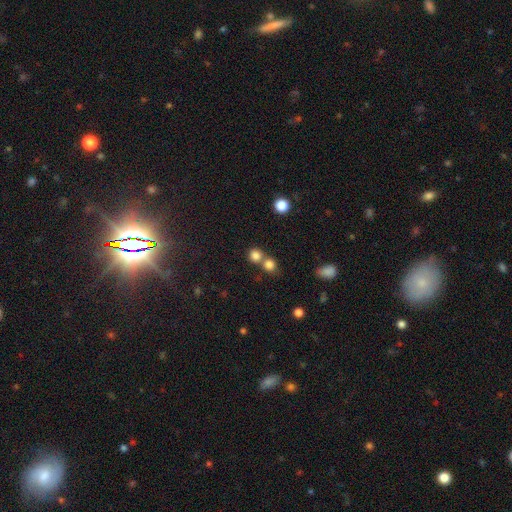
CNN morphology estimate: smooth_or_featured: smooth (p=0.80) [alt: star or artifact p=0.13]
how_rounded: round (p=0.89) [alt: in between p=0.10]
merging: none (p=0.53) [alt: merger p=0.39]